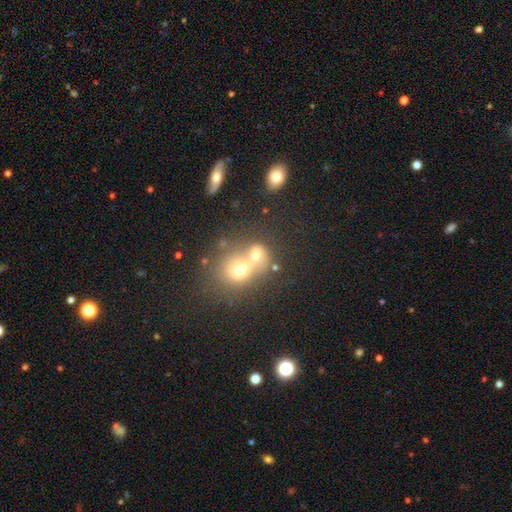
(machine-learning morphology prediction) A smooth galaxy with no disk features (62%) that is round (61%).

Vote fractions:
- Smooth or featured? smooth: 62% / featured or disk: 22% / star or artifact: 16%
- How rounded? round: 61% / in between: 37% / cigar-shaped: 1%
- Merging? merger: 68% / none: 21% / minor disturbance: 6% / major disturbance: 5%